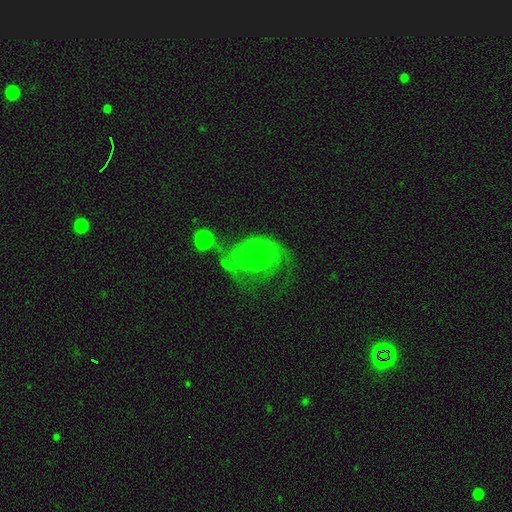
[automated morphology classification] This is likely a featured or disk galaxy (67%). It is clearly not viewed edge-on (98%). Bar: likely no (79%). Spiral arm pattern: clearly yes (83%). Spiral arm count: possibly 2 (46%). Spiral winding: marginally medium (39%, tied with tight). Central bulge: likely small (77%). Merging: marginally none (42%).